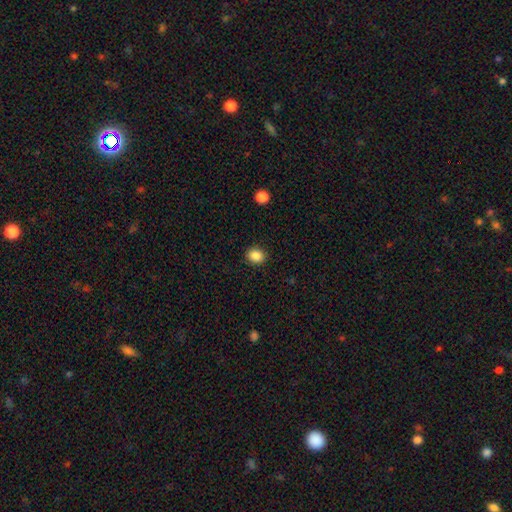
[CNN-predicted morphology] smooth 87%, star or artifact 10%, featured or disk 4%. Down the decision tree: how rounded — round (68%); merging — none (90%).